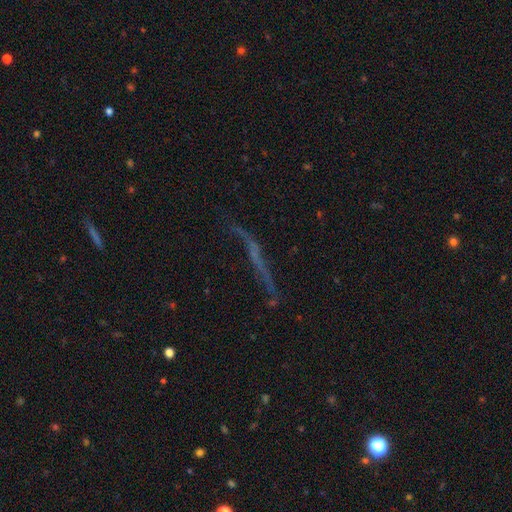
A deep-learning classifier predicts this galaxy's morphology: Smooth or featured? Predicted: featured or disk (p=0.53). Edge-on disk? Predicted: yes (p=0.75). Merging? Predicted: none (p=0.62).